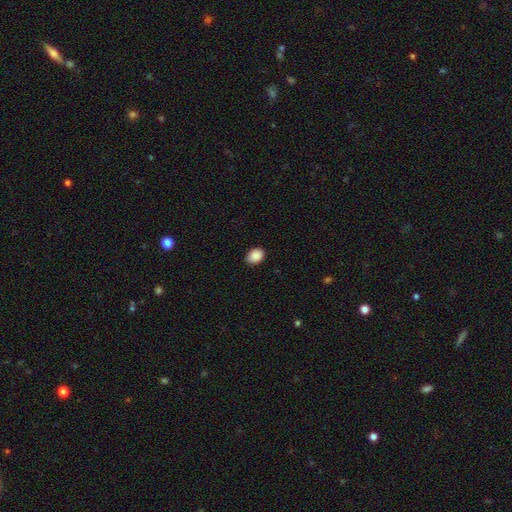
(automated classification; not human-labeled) This appears to be a smooth galaxy with no disk features (89%) that is in between round and cigar-shaped (70%). Merging: none (85%).